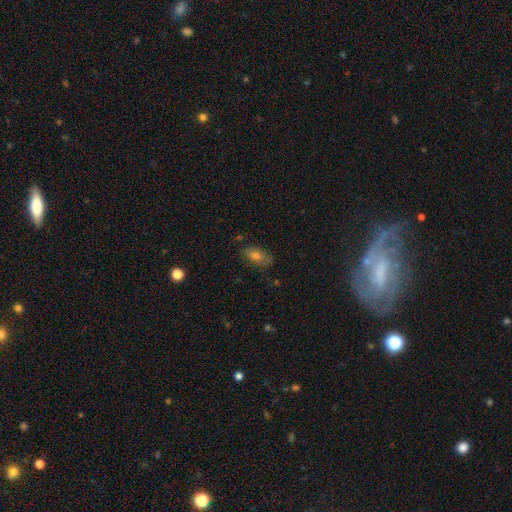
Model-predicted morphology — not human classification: Smooth or featured? Predicted: smooth (p=0.64). How rounded? Predicted: in between (p=0.84). Merging? Predicted: none (p=0.78).